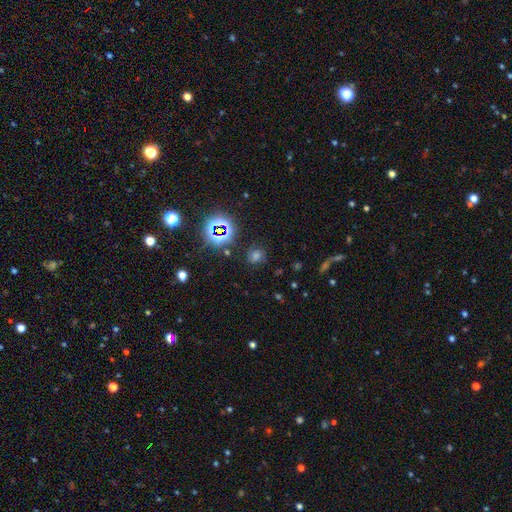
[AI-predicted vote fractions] Q: Smooth or featured?
A: smooth (49%); runner-up: star or artifact (42%)
Q: Merging?
A: none (83%); runner-up: minor disturbance (10%)